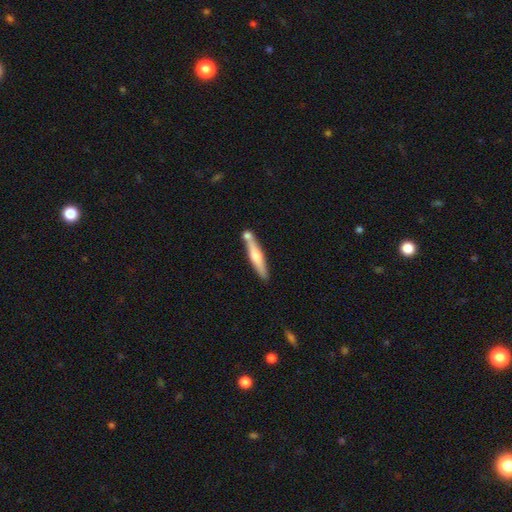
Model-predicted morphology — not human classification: Q: Smooth or featured?
A: featured or disk (49%); runner-up: smooth (46%)
Q: Merging?
A: none (68%); runner-up: merger (18%)